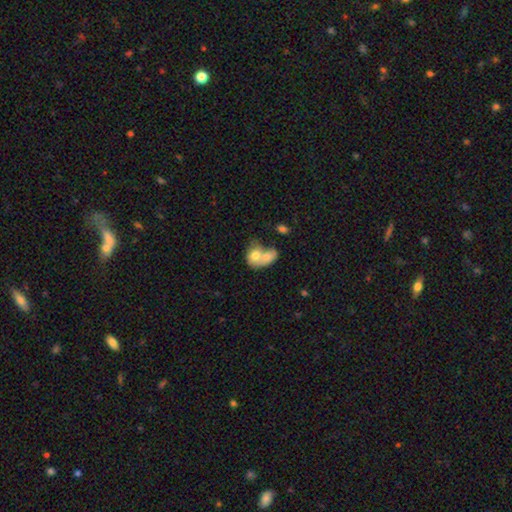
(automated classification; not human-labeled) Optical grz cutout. It shows a smooth galaxy with no disk features (68%) that is in between round and cigar-shaped (64%). Merging: merger (78%).